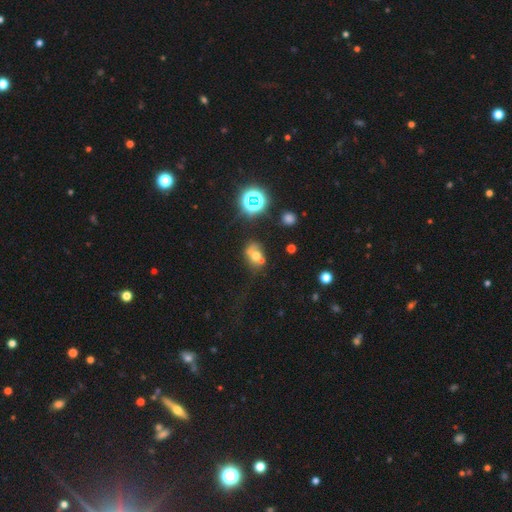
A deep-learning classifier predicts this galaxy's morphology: A smooth galaxy with no disk features (52%) that is in between round and cigar-shaped (53%).

Vote fractions:
- Smooth or featured? smooth: 52% / featured or disk: 24% / star or artifact: 23%
- How rounded? in between: 53% / round: 46% / cigar-shaped: 1%
- Merging? none: 37% / merger: 35% / minor disturbance: 17% / major disturbance: 11%